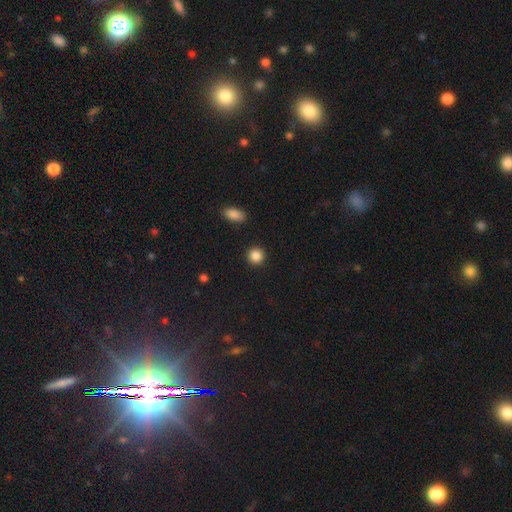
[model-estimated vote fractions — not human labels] This appears to be a smooth galaxy with no disk features (87%) that is round (92%). Merging: none (92%).